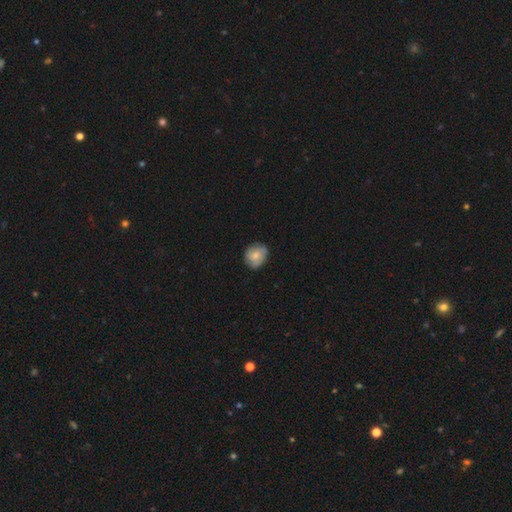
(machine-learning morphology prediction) smooth_or_featured: smooth (p=0.68) [alt: featured or disk p=0.25]
how_rounded: round (p=0.73) [alt: in between p=0.26]
merging: none (p=0.74) [alt: minor disturbance p=0.21]